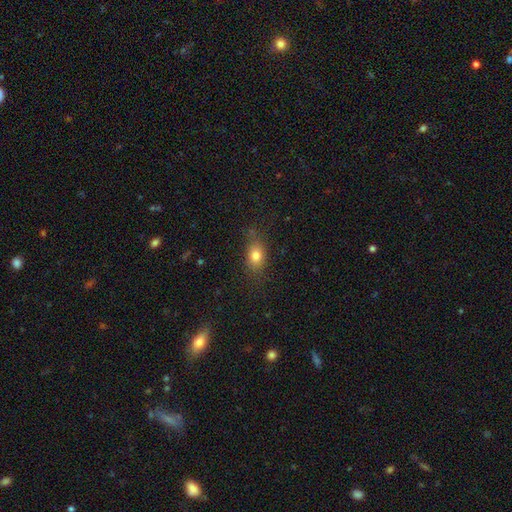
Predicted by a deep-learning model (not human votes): Smooth or featured: smooth — 79% (star or artifact — 11%)
How rounded: in between — 74% (round — 22%)
Merging: none — 75% (minor disturbance — 18%)